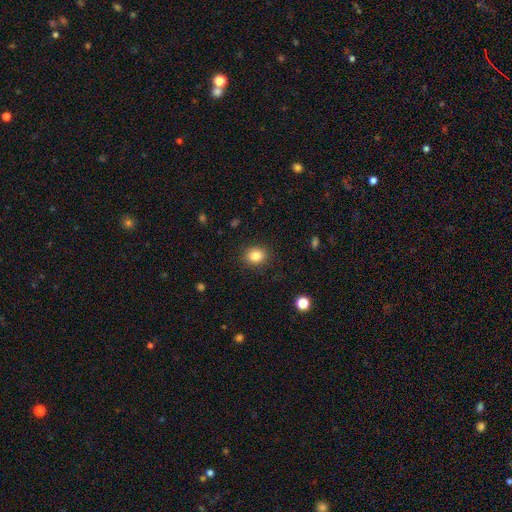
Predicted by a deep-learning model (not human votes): The model was most divided on "how rounded": round: 64%, in between: 35%, cigar-shaped: 1%. More confident: merging — none (88%); smooth or featured — smooth (85%).